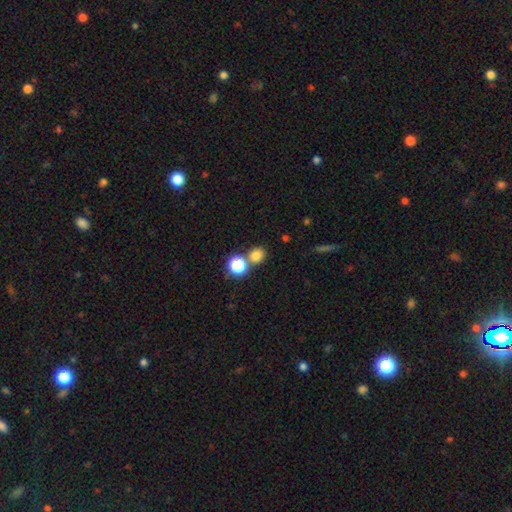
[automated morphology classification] This appears to be a smooth galaxy with no disk features (77%) that is round (78%). Merging: none (62%).